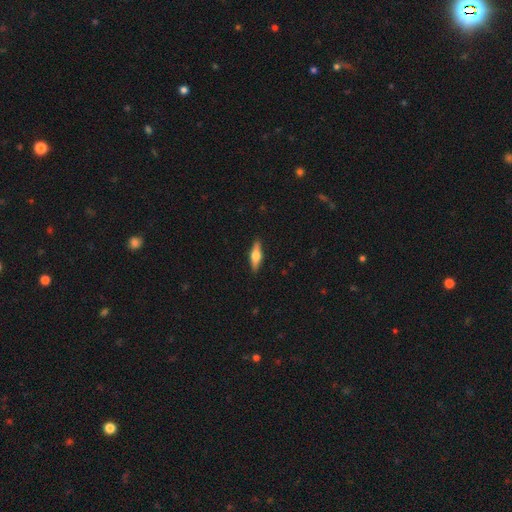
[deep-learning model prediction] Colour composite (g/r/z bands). It shows a featured or disk galaxy (49%). Merging: none (90%).